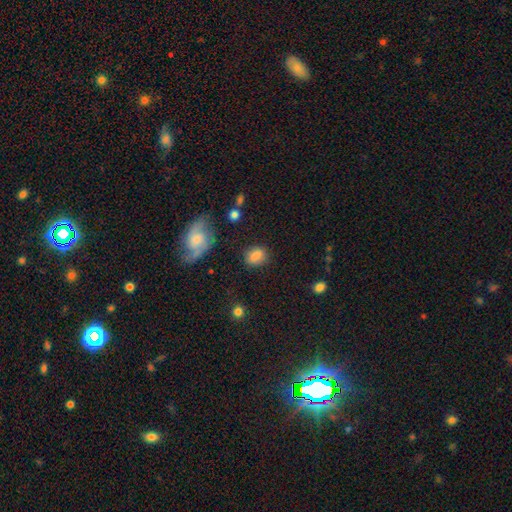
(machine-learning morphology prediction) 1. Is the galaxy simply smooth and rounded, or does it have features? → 78% smooth, 12% featured or disk, 9% star or artifact.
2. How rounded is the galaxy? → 67% in between, 30% round, 3% cigar-shaped.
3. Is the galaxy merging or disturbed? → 76% none, 15% minor disturbance, 5% major disturbance, 4% merger.